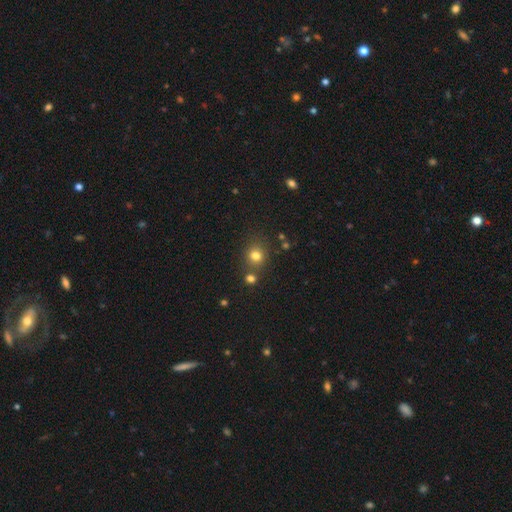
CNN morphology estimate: Smooth or featured?
  - smooth: 77% *
  - star or artifact: 16%
  - featured or disk: 7%
How rounded?
  - round: 81% *
  - in between: 18%
  - cigar-shaped: 1%
Merging?
  - none: 72% *
  - merger: 14%
  - minor disturbance: 10%
  - major disturbance: 3%